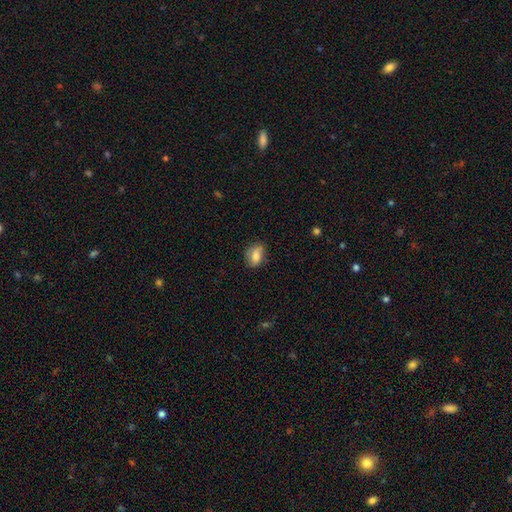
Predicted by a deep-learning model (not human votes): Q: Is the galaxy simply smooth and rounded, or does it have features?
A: smooth — 75%.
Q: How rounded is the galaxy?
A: in between — 81%.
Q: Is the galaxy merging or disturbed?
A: none — 59%.